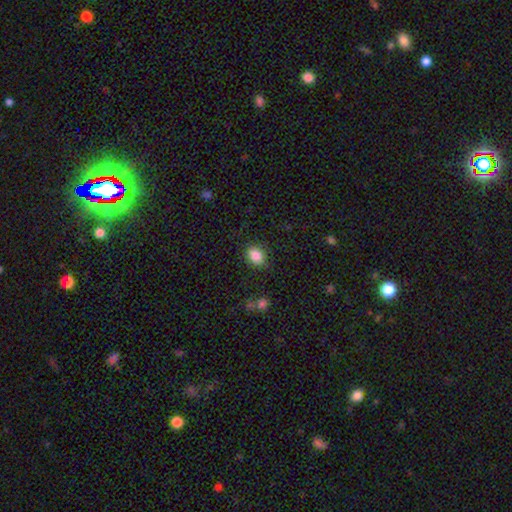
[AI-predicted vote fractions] Smooth or featured: smooth — 86% (star or artifact — 9%)
How rounded: in between — 61% (round — 38%)
Merging: none — 84% (minor disturbance — 12%)